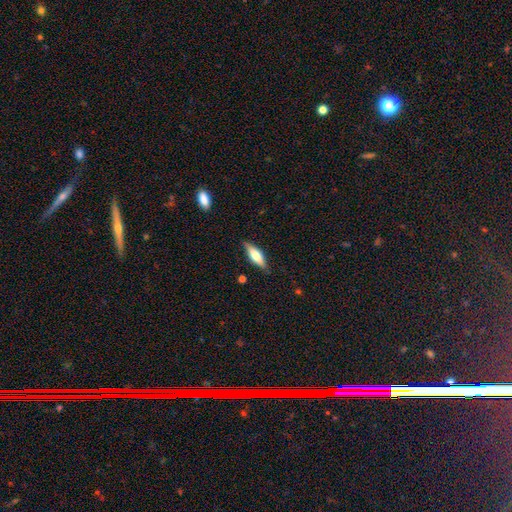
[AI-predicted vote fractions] smooth-or-featured: smooth: 52% | featured or disk: 42% | star or artifact: 6%
  how-rounded: cigar-shaped: 51% | in between: 47% | round: 2%
  merging: none: 83% | minor disturbance: 13% | major disturbance: 3% | merger: 1%